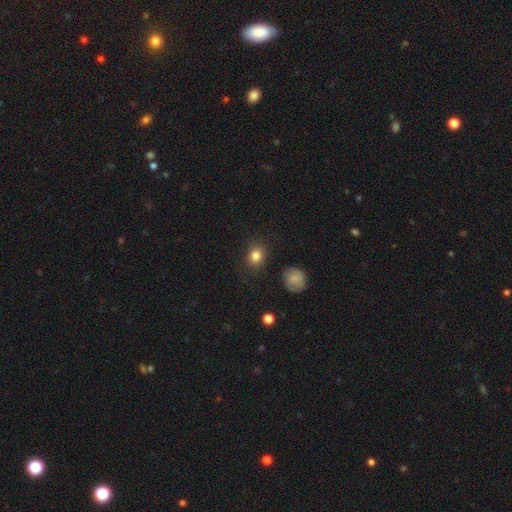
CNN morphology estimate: Smooth or featured? Predicted: smooth (p=0.83). How rounded? Predicted: round (p=0.64). Merging? Predicted: none (p=0.85).